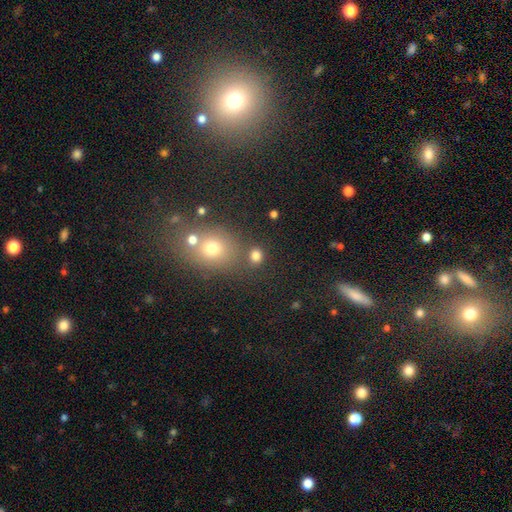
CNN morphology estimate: type=smooth (77%); roundness=round (76%); merging=none (73%).